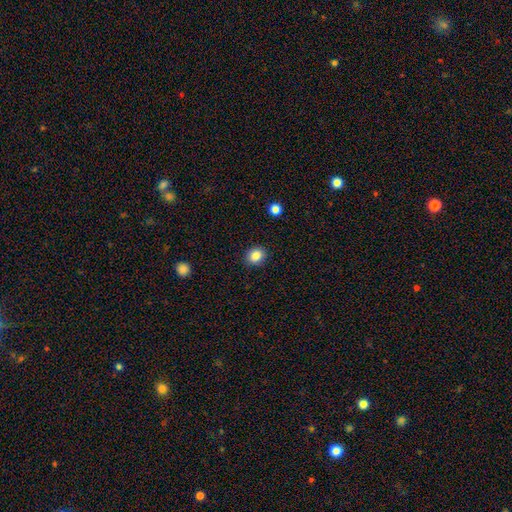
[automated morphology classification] smooth_or_featured: smooth (p=0.86) [alt: star or artifact p=0.10]
how_rounded: round (p=0.72) [alt: in between p=0.28]
merging: none (p=0.89) [alt: minor disturbance p=0.07]